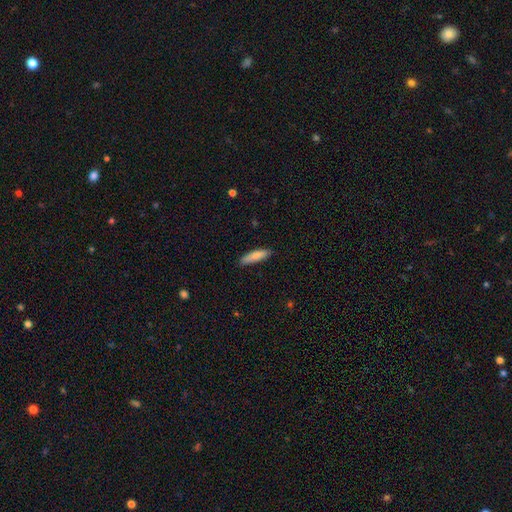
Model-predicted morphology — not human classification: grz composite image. It shows a smooth galaxy with no disk features (84%) that is cigar-shaped (71%). Merging: none (85%).